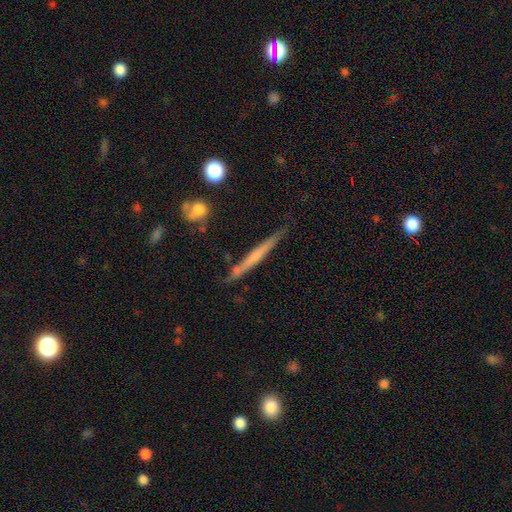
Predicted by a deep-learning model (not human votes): The model was most divided on "smooth or featured": featured or disk: 49%, smooth: 45%, star or artifact: 6%. More confident: merging — none (79%).